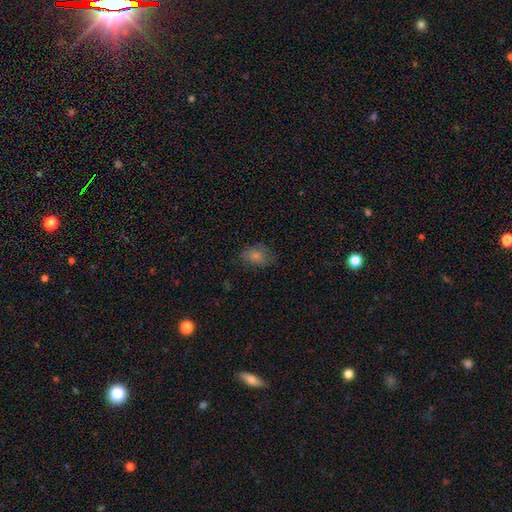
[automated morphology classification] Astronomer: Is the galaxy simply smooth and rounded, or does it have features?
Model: smooth — 63%.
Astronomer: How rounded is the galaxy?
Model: in between — 69%.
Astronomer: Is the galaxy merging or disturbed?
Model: none — 73%.